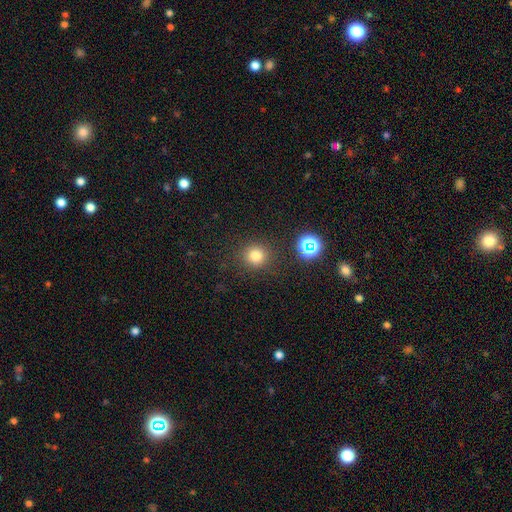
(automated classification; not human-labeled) This appears to be a smooth galaxy with no disk features (76%) that is round (91%). Merging: none (86%).